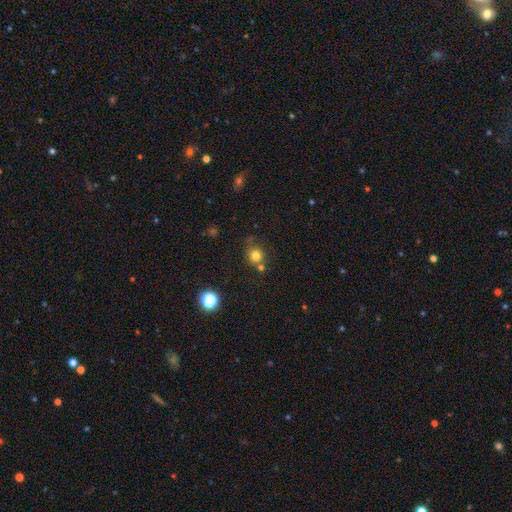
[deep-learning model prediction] smooth 77%, star or artifact 15%, featured or disk 8%. Down the decision tree: how rounded — round (87%); merging — none (66%).